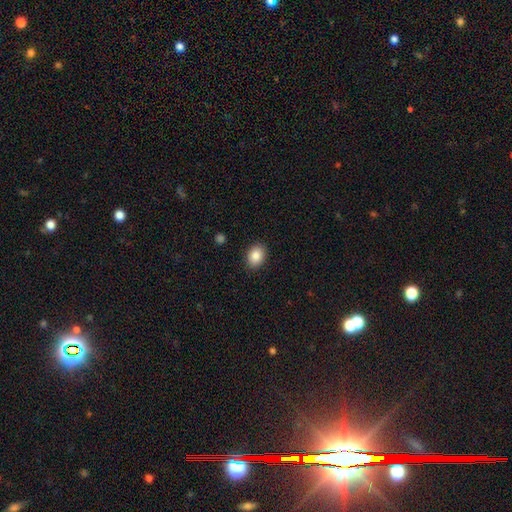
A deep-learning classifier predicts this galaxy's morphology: smooth-or-featured: smooth: 87% | star or artifact: 8% | featured or disk: 5%
  how-rounded: in between: 70% | round: 29% | cigar-shaped: 1%
  merging: none: 89% | minor disturbance: 8% | major disturbance: 2% | merger: 1%